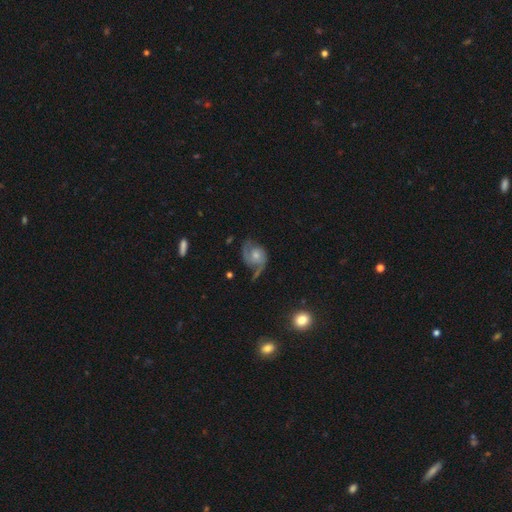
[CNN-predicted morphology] Smooth or featured? Predicted: featured or disk (p=0.79). Edge-on disk? Predicted: no (p=0.97). Bar? Predicted: no (p=0.75). Spiral arms? Predicted: yes (p=0.94). Spiral winding? Predicted: medium (p=0.45). Spiral arm count? Predicted: 2 (p=0.81). Bulge size? Predicted: moderate (p=0.46). Merging? Predicted: none (p=0.55).